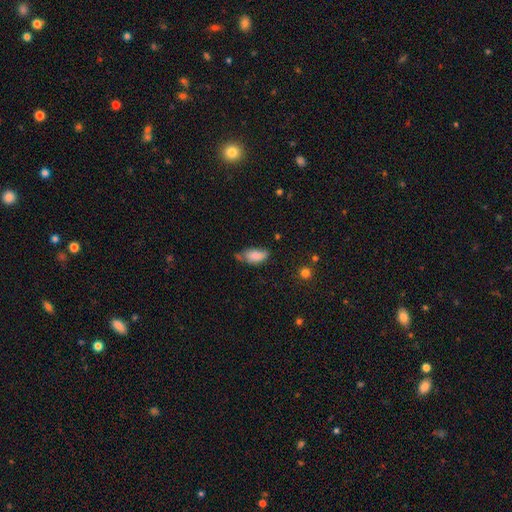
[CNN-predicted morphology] This is likely a smooth galaxy (78%). How rounded: clearly in between (90%). Merging: marginally none (43%).